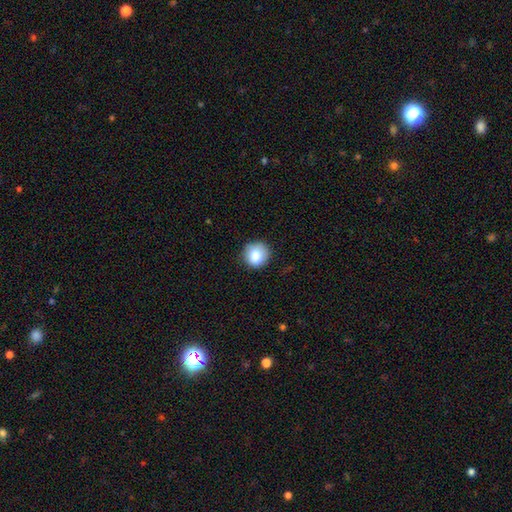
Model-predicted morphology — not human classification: Smooth or featured: smooth — 84% (star or artifact — 9%)
How rounded: round — 90% (in between — 9%)
Merging: none — 80% (minor disturbance — 16%)